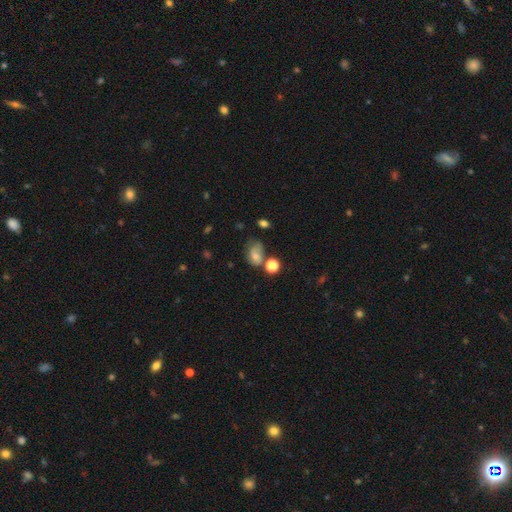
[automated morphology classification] This appears to be a smooth galaxy with no disk features (69%) that is in between round and cigar-shaped (66%). Merging: none (34%).